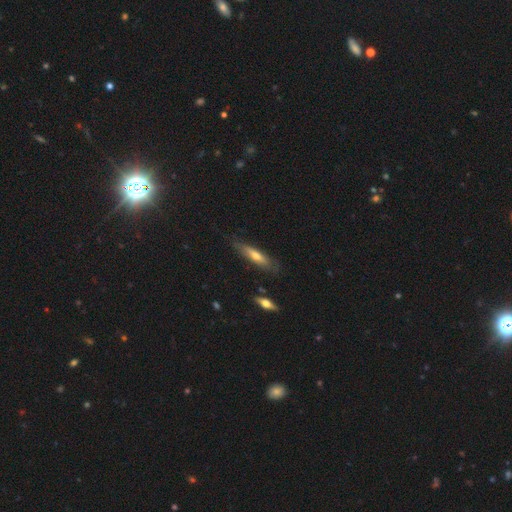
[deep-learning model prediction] Smooth or featured: smooth — 54% (featured or disk — 39%)
How rounded: cigar-shaped — 75% (in between — 23%)
Merging: none — 77% (minor disturbance — 17%)